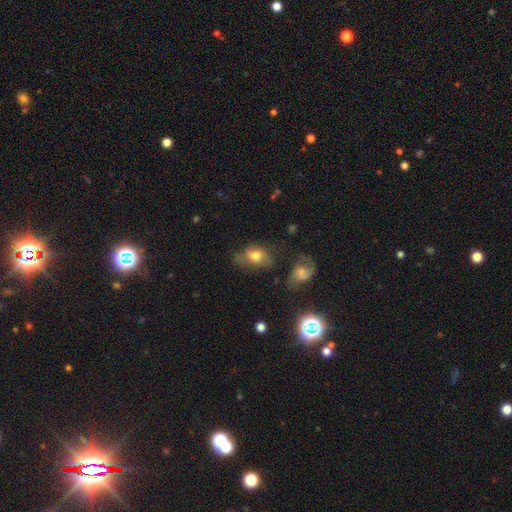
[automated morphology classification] Smooth or featured?
  - smooth: 65% *
  - featured or disk: 24%
  - star or artifact: 11%
How rounded?
  - in between: 74% *
  - round: 24%
  - cigar-shaped: 2%
Merging?
  - none: 48% *
  - minor disturbance: 27%
  - major disturbance: 17%
  - merger: 8%